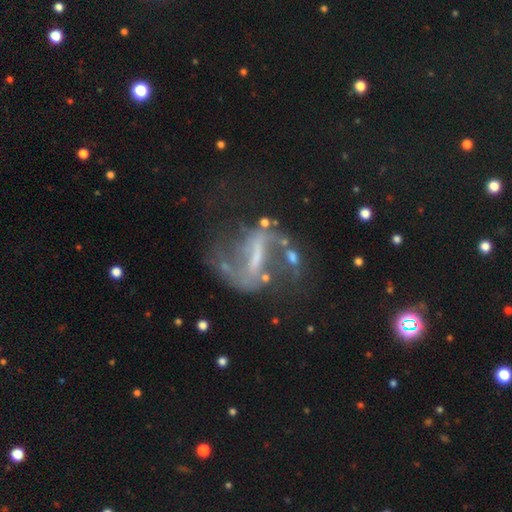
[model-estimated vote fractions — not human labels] A featured or disk galaxy (83%) with a strong bar (62%), 2 (87%) loose (61%) spiral arms (86%) and no central bulge (45%).

Vote fractions:
- Smooth or featured? featured or disk: 83% / star or artifact: 10% / smooth: 7%
- Edge-on disk? no: 96% / yes: 4%
- Bar? strong: 62% / weak: 29% / no: 9%
- Spiral arms? yes: 86% / no: 14%
- Spiral winding? loose: 61% / medium: 31% / tight: 8%
- Spiral arm count? 2: 87% / can't tell: 5% / 1: 3% / 3: 1% / 4: 1% / more than 4: 1%
- Bulge size? none: 45% / small: 33% / moderate: 18% / large: 3% / dominant: 1%
- Merging? none: 53% / major disturbance: 23% / minor disturbance: 17% / merger: 7%